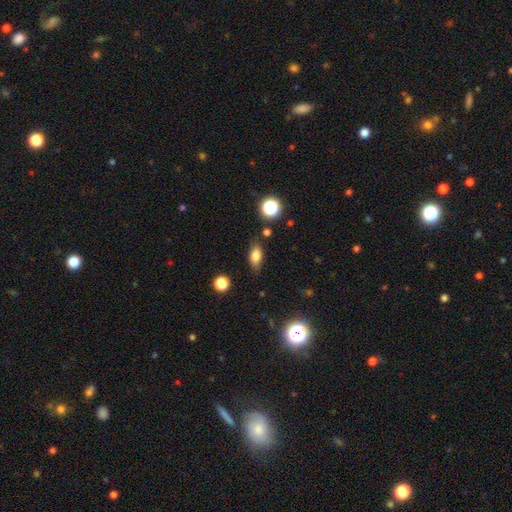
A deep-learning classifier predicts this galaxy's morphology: smooth 80%, star or artifact 10%, featured or disk 10%. Down the decision tree: how rounded — in between (81%); merging — none (80%).